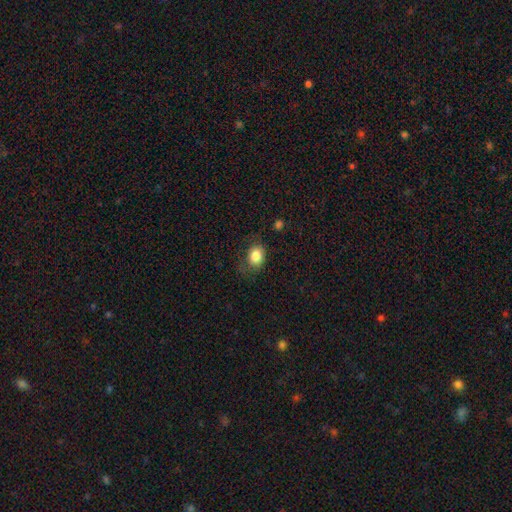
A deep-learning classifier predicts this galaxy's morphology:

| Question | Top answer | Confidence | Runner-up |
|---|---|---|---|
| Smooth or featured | smooth | 83% | star or artifact (9%) |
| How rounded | in between | 54% | round (45%) |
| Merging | none | 62% | minor disturbance (25%) |